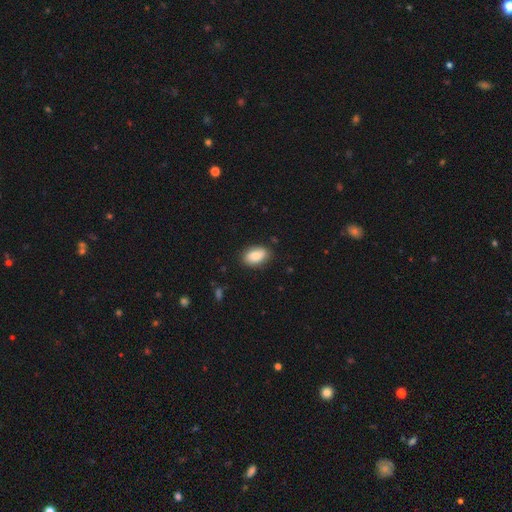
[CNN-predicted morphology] type=smooth (83%); roundness=in between (90%); merging=none (83%).